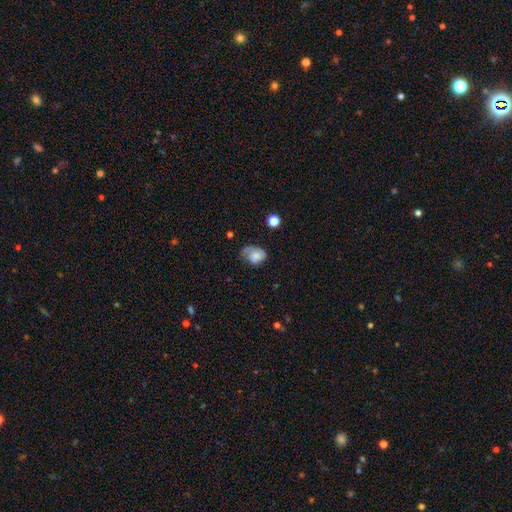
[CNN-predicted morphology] The model was most divided on "merging": none: 38%, minor disturbance: 33%, major disturbance: 26%, merger: 3%. More confident: how rounded — in between (64%); smooth or featured — smooth (54%).